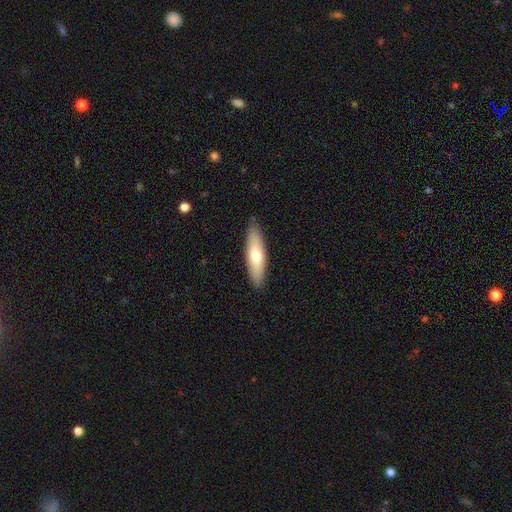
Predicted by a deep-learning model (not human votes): A smooth galaxy with no disk features (63%) that is cigar-shaped (65%). Merging: none (86%).